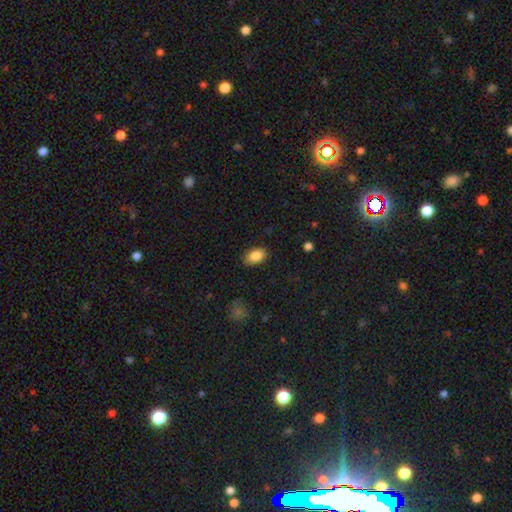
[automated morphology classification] Smooth or featured?
  - smooth: 87% *
  - star or artifact: 7%
  - featured or disk: 6%
How rounded?
  - in between: 91% *
  - round: 7%
  - cigar-shaped: 2%
Merging?
  - none: 85% *
  - minor disturbance: 11%
  - major disturbance: 3%
  - merger: 1%